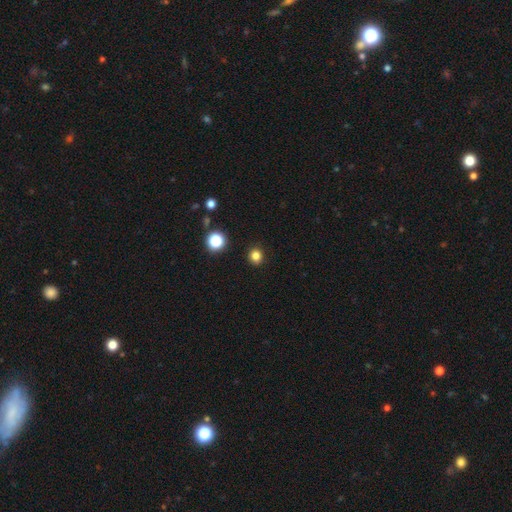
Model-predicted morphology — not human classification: This is clearly a smooth galaxy (81%). How rounded: clearly round (87%). Merging: clearly none (91%).